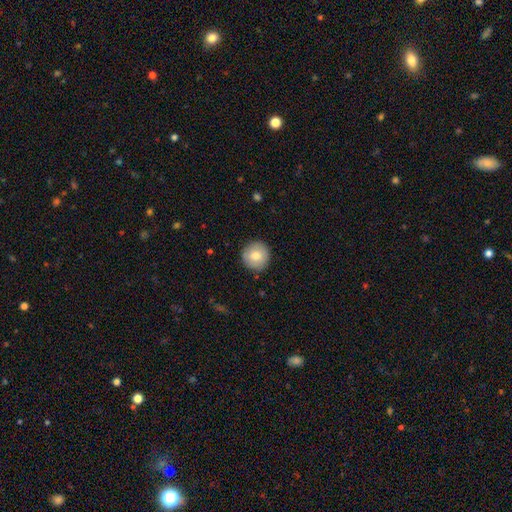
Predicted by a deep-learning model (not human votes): smooth 79%, featured or disk 14%, star or artifact 7%. Down the decision tree: how rounded — round (94%); merging — none (88%).